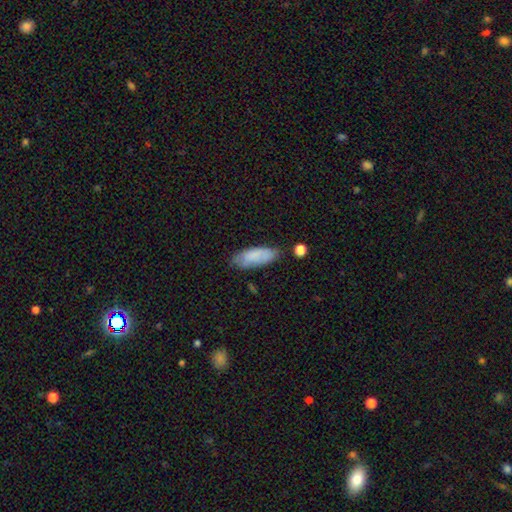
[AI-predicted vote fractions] smooth-or-featured: smooth: 77% | featured or disk: 15% | star or artifact: 7%
  how-rounded: in between: 78% | cigar-shaped: 21% | round: 2%
  merging: none: 65% | minor disturbance: 25% | major disturbance: 6% | merger: 4%